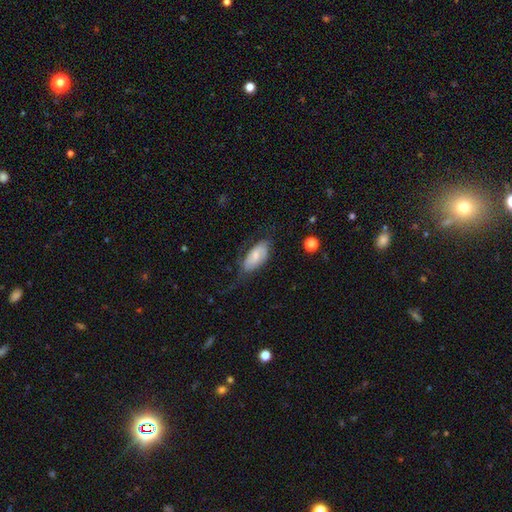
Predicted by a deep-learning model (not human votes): The model was most divided on "smooth or featured": smooth: 53%, featured or disk: 40%, star or artifact: 7%. More confident: how rounded — in between (91%); merging — none (56%).